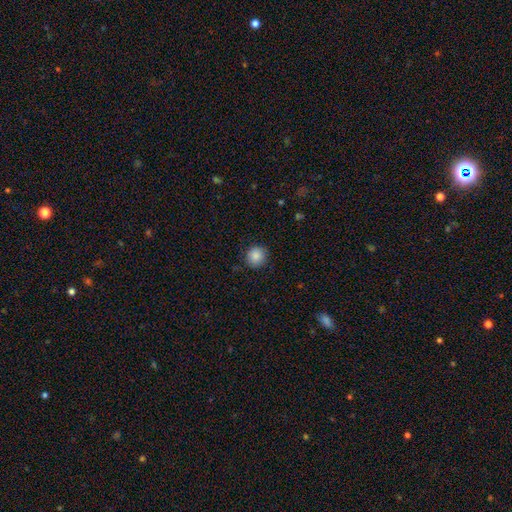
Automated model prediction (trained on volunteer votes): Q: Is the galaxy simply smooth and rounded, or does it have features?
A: smooth — 87%.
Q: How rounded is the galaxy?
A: round — 92%.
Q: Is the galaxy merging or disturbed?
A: none — 88%.